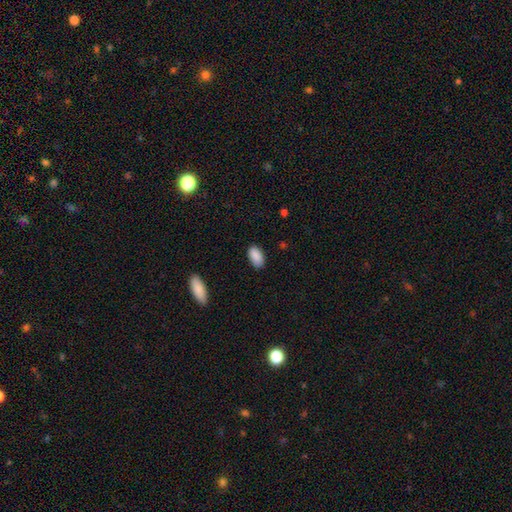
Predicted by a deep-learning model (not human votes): smooth 89%, star or artifact 7%, featured or disk 4%. Down the decision tree: how rounded — in between (94%); merging — none (86%).